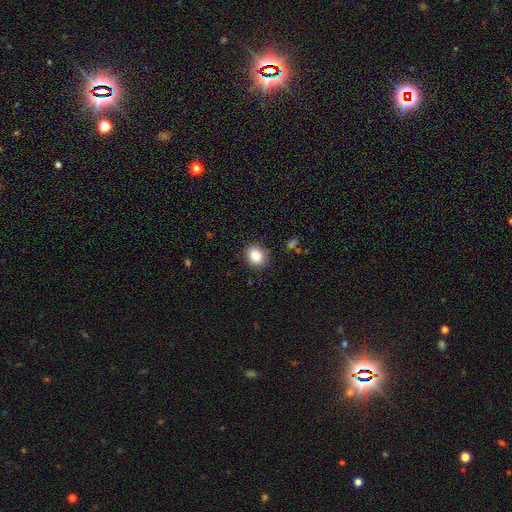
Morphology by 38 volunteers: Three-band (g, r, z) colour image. It shows a smooth galaxy with no disk features (84%) that is round (66%). Merging: none (94%).